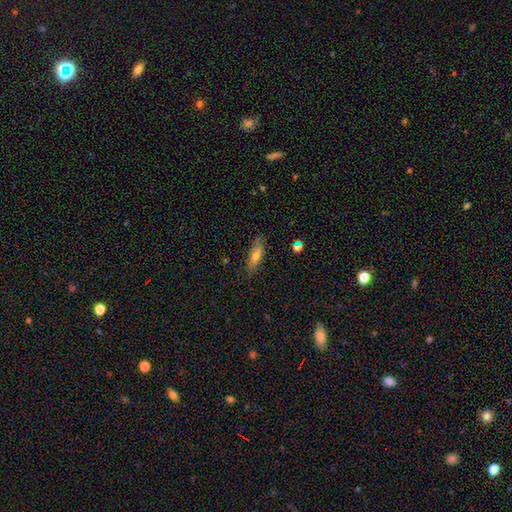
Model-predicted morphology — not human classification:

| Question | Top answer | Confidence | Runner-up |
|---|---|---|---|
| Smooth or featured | smooth | 65% | featured or disk (27%) |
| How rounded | cigar-shaped | 50% | in between (47%) |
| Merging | none | 78% | minor disturbance (17%) |